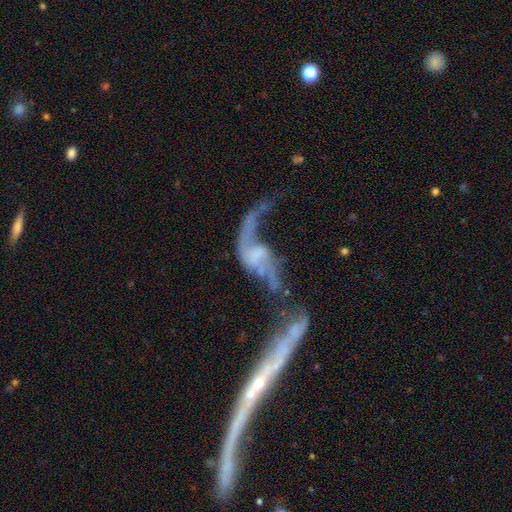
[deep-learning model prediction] Overall: featured or disk (78%). Edge-on disk: no (94%). Bar: no (54%; weak 33%). Spiral arms: yes (77%). Spiral arm count: 2 (76%). Spiral winding: loose (89%). Bulge size: none (52%; small 25%). Merging: merger (43%; major disturbance 28%).